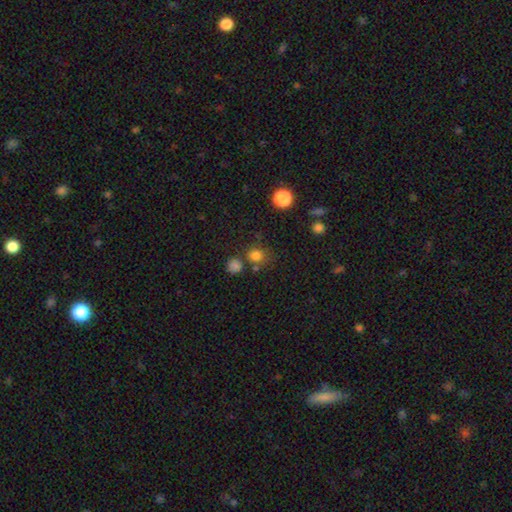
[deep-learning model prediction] smooth-or-featured: smooth: 77% | star or artifact: 18% | featured or disk: 6%
  how-rounded: round: 80% | in between: 19% | cigar-shaped: 1%
  merging: none: 69% | merger: 14% | minor disturbance: 12% | major disturbance: 5%